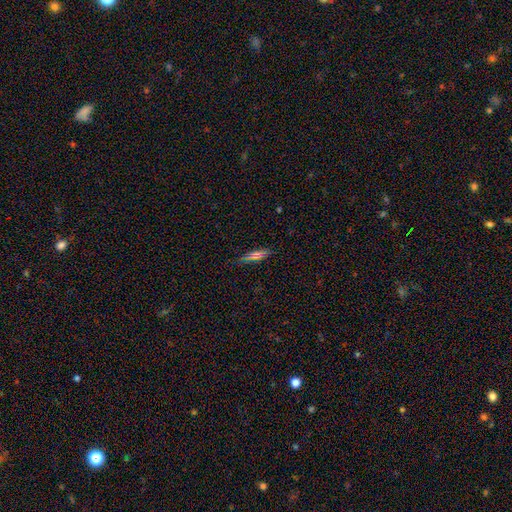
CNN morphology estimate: Overall: smooth (65%). How rounded: cigar-shaped (66%; in between 30%). Merging: none (81%).